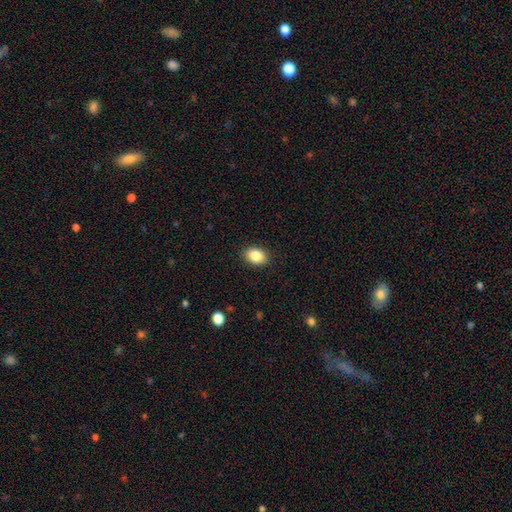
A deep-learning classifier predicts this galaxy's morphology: smooth_or_featured: smooth (p=0.86) [alt: star or artifact p=0.08]
how_rounded: in between (p=0.77) [alt: round p=0.22]
merging: none (p=0.89) [alt: minor disturbance p=0.08]